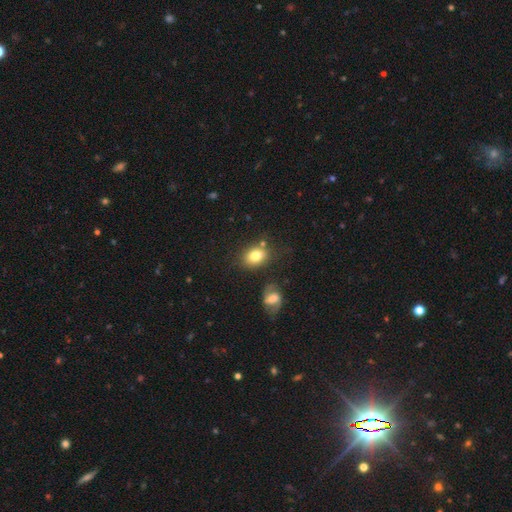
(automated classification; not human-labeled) Smooth or featured: smooth — 80% (featured or disk — 11%)
How rounded: in between — 64% (round — 35%)
Merging: none — 73% (minor disturbance — 14%)